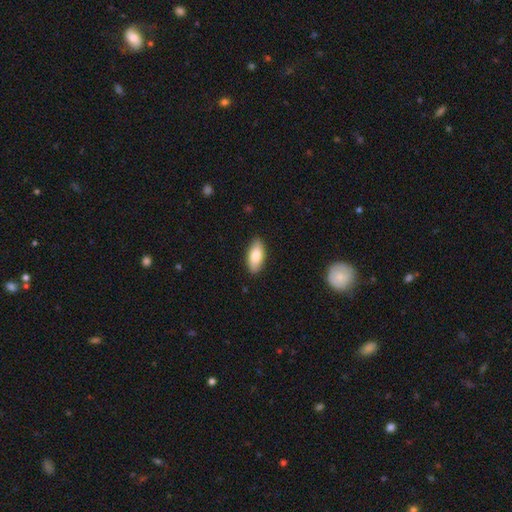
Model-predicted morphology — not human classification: A smooth galaxy with no disk features (80%) that is in between round and cigar-shaped (87%).

Vote fractions:
- Smooth or featured? smooth: 80% / featured or disk: 14% / star or artifact: 6%
- How rounded? in between: 87% / cigar-shaped: 10% / round: 2%
- Merging? none: 88% / minor disturbance: 10% / major disturbance: 2% / merger: 1%